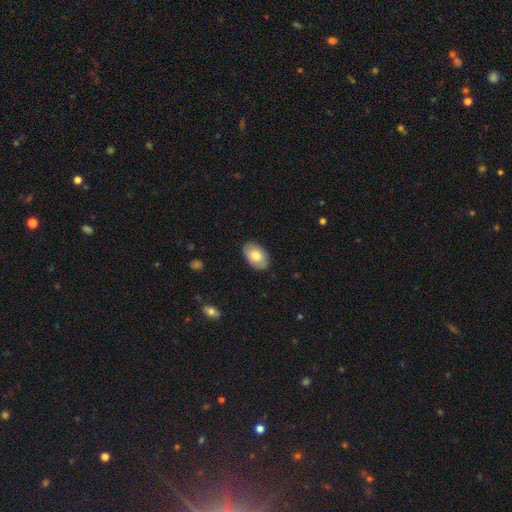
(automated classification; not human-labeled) This appears to be a smooth galaxy with no disk features (77%) that is in between round and cigar-shaped (91%). Merging: none (86%).